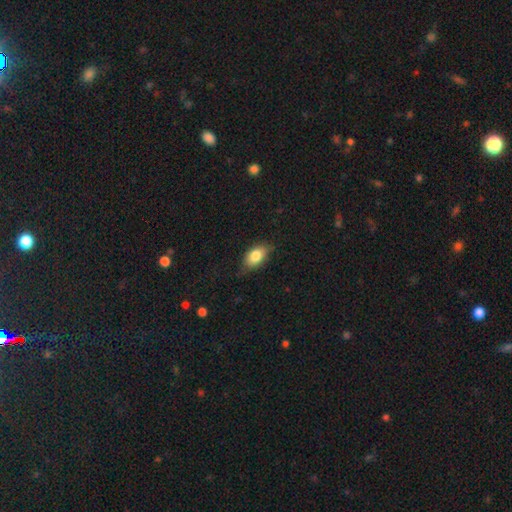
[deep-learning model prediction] This appears to be a smooth galaxy with no disk features (82%) that is in between round and cigar-shaped (89%). Merging: none (73%).